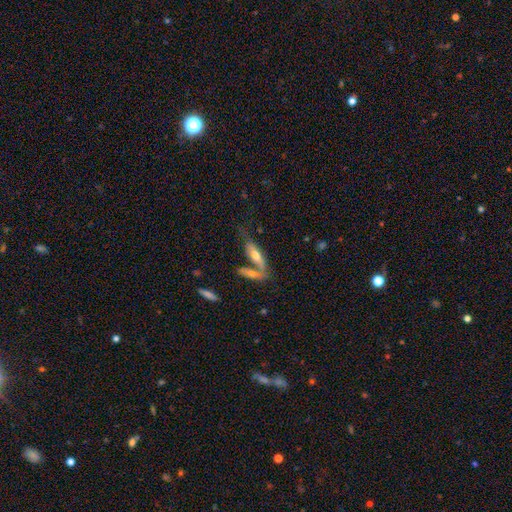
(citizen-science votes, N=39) This appears to be a featured or disk galaxy (56%) viewed edge-on (82%) with a rounded central bulge (83%). Merging: none (45%).